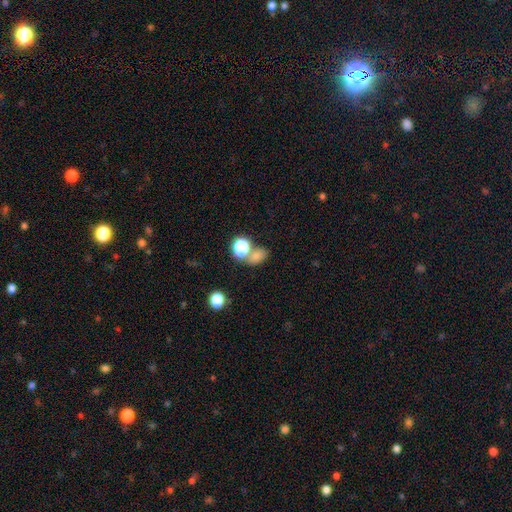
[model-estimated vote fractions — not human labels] Overall: smooth (71%). How rounded: in between (63%; round 35%). Merging: none (57%; merger 25%).